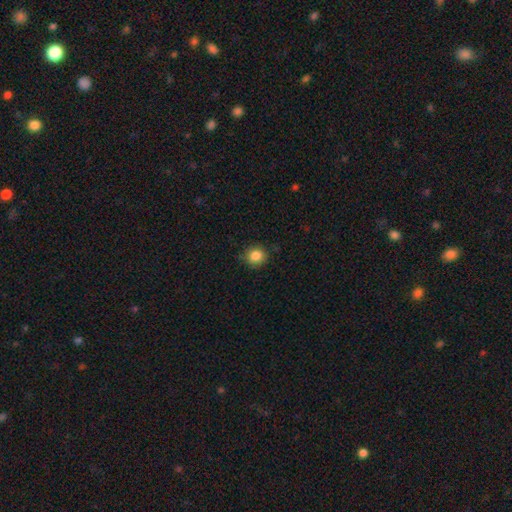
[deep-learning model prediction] Smooth or featured? smooth (86%)
How rounded? round (85%)
Merging? none (84%)